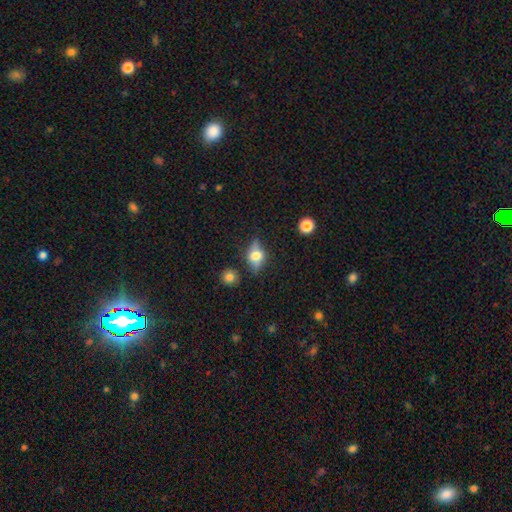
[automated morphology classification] This is possibly a smooth galaxy (48%). Merging: likely none (69%).